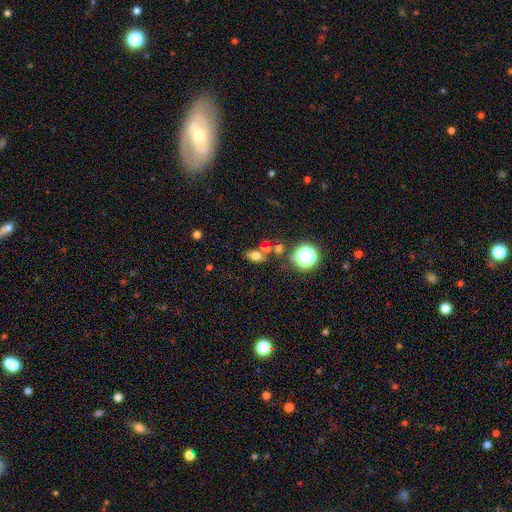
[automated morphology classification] The model was most divided on "merging": none: 63%, merger: 20%, minor disturbance: 12%, major disturbance: 5%. More confident: how rounded — in between (73%); smooth or featured — smooth (69%).